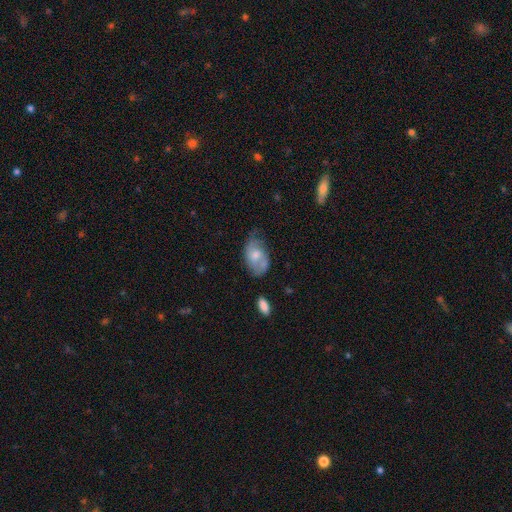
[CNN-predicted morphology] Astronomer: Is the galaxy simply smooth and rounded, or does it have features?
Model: smooth — 54% (runner-up: featured or disk, 39%).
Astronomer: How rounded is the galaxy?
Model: in between — 89%.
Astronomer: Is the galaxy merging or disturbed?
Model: none — 44% (runner-up: minor disturbance, 33%).